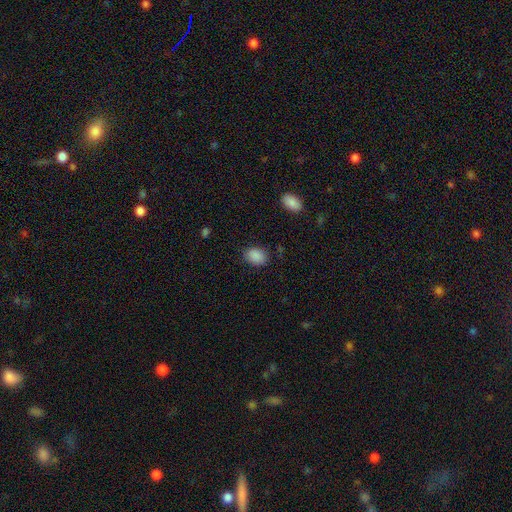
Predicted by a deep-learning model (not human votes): The model was most divided on "how rounded": in between: 65%, round: 34%, cigar-shaped: 1%. More confident: smooth or featured — smooth (88%); merging — none (82%).